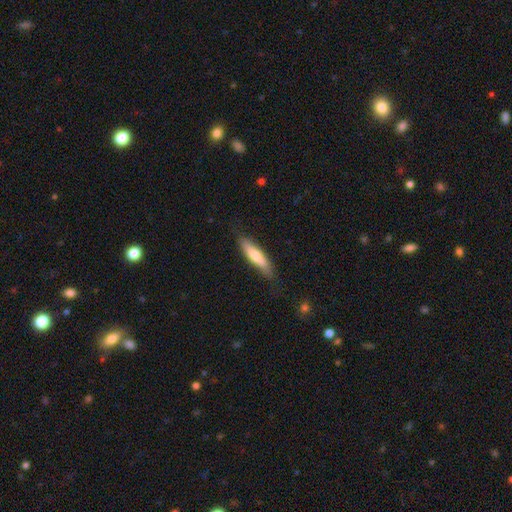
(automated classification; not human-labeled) Smooth or featured: smooth — 65% (featured or disk — 29%)
How rounded: cigar-shaped — 78% (in between — 21%)
Merging: none — 80% (minor disturbance — 16%)